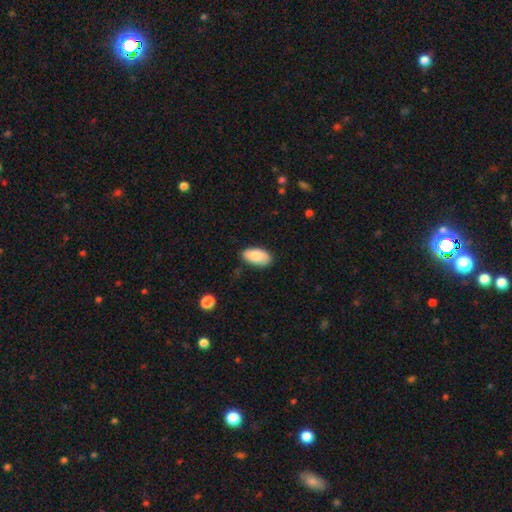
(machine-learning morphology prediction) Smooth or featured: smooth — 86% (featured or disk — 7%)
How rounded: in between — 95% (round — 3%)
Merging: none — 78% (minor disturbance — 18%)